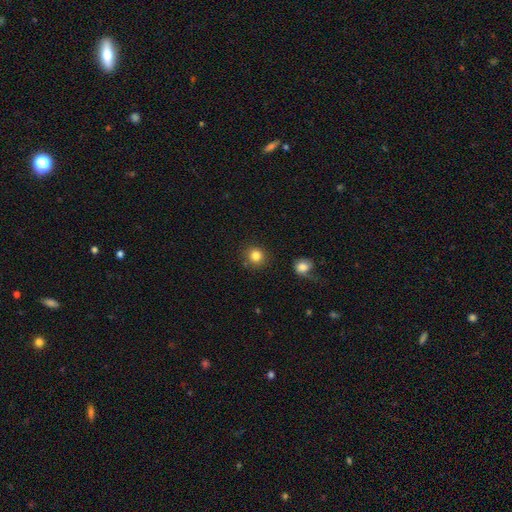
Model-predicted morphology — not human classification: smooth-or-featured: smooth: 84% | star or artifact: 11% | featured or disk: 5%
  how-rounded: round: 91% | in between: 8% | cigar-shaped: 1%
  merging: none: 85% | minor disturbance: 8% | merger: 4% | major disturbance: 3%